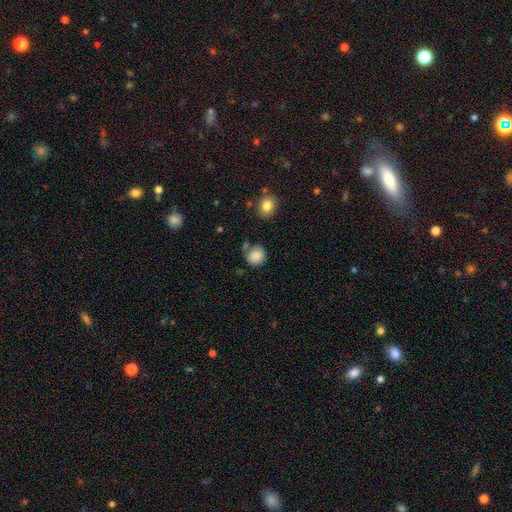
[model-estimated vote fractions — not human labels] Smooth or featured? Predicted: smooth (p=0.84). How rounded? Predicted: round (p=0.90). Merging? Predicted: none (p=0.71).